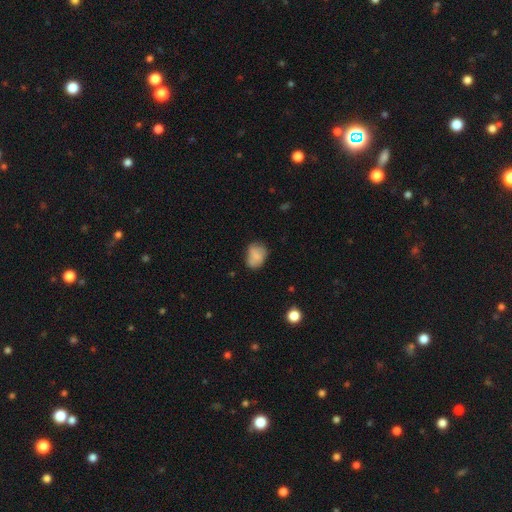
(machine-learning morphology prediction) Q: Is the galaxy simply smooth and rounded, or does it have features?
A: smooth — 76%.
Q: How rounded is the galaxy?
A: in between — 59%.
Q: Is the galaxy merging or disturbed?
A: none — 60%.